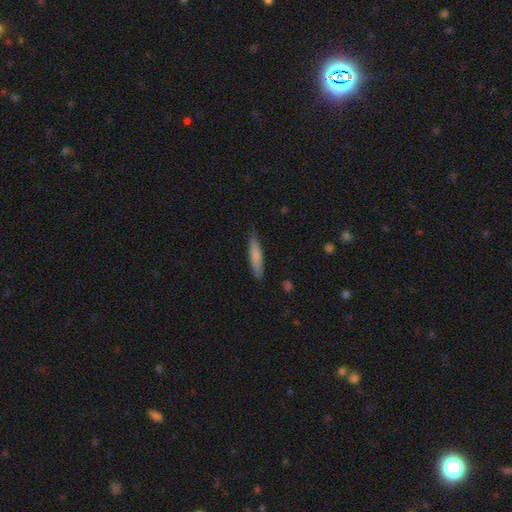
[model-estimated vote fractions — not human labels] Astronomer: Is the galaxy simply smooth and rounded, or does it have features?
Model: smooth — 79%.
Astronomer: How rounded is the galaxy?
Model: cigar-shaped — 85%.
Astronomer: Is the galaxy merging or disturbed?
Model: none — 84%.